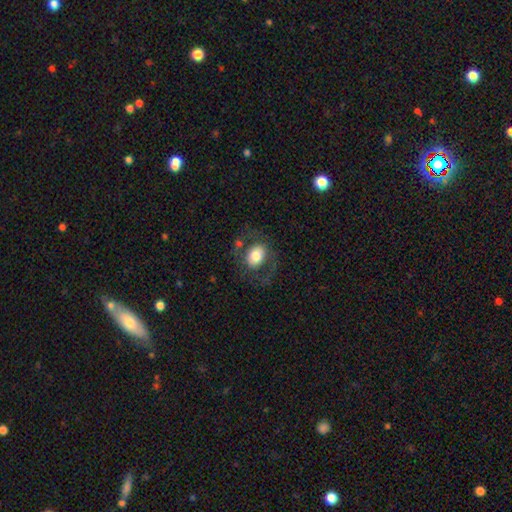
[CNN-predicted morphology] A smooth galaxy with no disk features (63%) that is in between round and cigar-shaped (54%).

Vote fractions:
- Smooth or featured? smooth: 63% / featured or disk: 29% / star or artifact: 8%
- How rounded? in between: 54% / round: 45% / cigar-shaped: 1%
- Merging? none: 64% / minor disturbance: 17% / major disturbance: 15% / merger: 4%